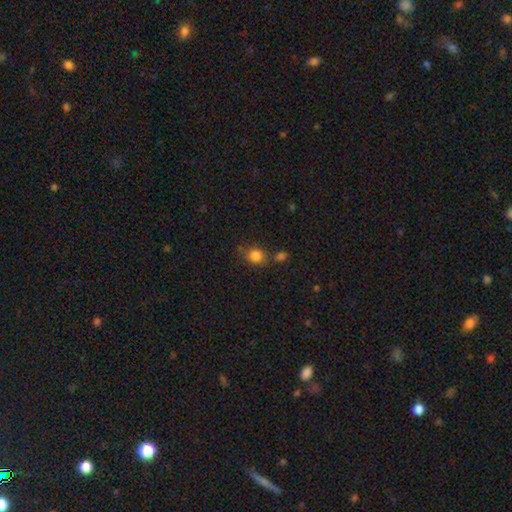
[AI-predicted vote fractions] Smooth or featured: smooth — 83% (star or artifact — 11%)
How rounded: round — 73% (in between — 26%)
Merging: none — 61% (minor disturbance — 17%)